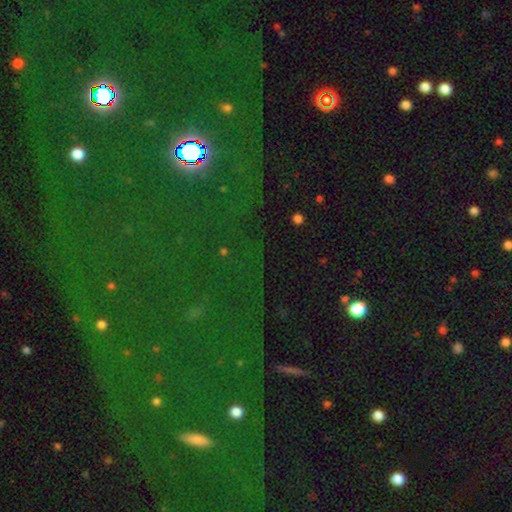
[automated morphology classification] smooth_or_featured: star or artifact (p=0.80) [alt: smooth p=0.12]